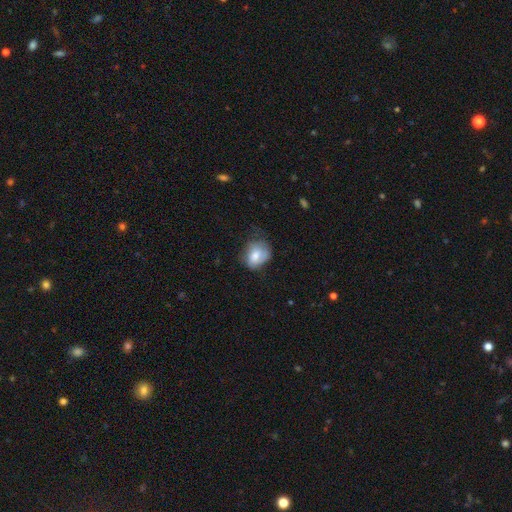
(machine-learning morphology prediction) A smooth galaxy with no disk features (74%) that is in between round and cigar-shaped (51%).

Vote fractions:
- Smooth or featured? smooth: 74% / featured or disk: 18% / star or artifact: 8%
- How rounded? in between: 51% / round: 48% / cigar-shaped: 1%
- Merging? none: 50% / minor disturbance: 34% / major disturbance: 14% / merger: 2%